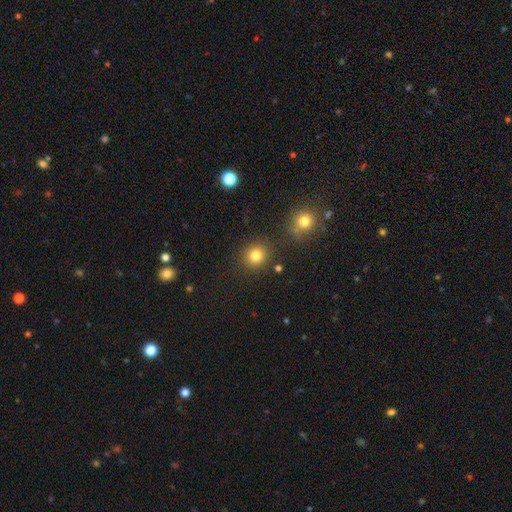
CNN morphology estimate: smooth-or-featured: smooth: 81% | star or artifact: 14% | featured or disk: 6%
  how-rounded: round: 85% | in between: 14% | cigar-shaped: 1%
  merging: none: 86% | minor disturbance: 8% | merger: 4% | major disturbance: 3%